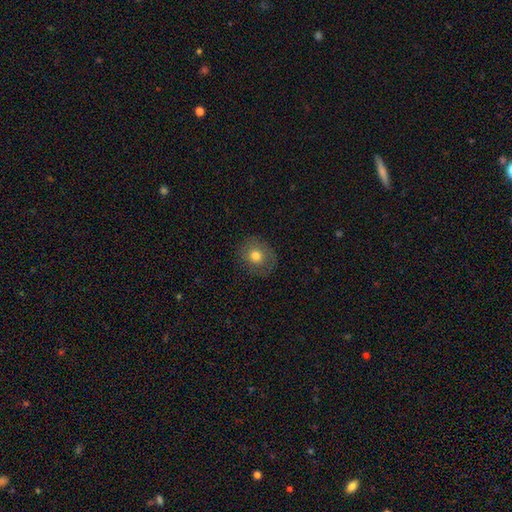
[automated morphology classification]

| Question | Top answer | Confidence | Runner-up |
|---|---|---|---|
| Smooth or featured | smooth | 73% | featured or disk (16%) |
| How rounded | round | 76% | in between (23%) |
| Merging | none | 84% | minor disturbance (11%) |